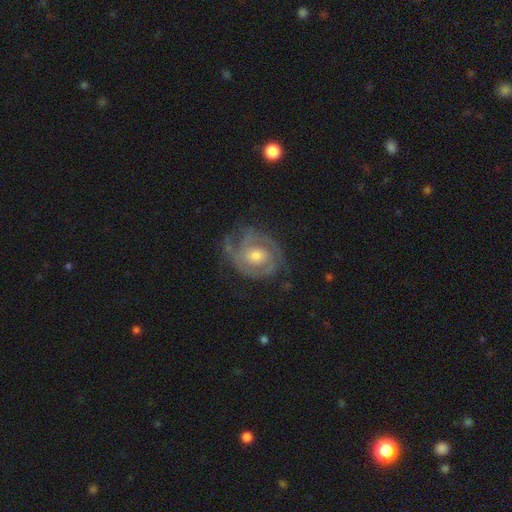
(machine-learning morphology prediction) This is clearly a featured or disk galaxy (83%). It is clearly not viewed edge-on (97%). Bar: likely no (64%). Spiral arm pattern: clearly yes (91%). Spiral arm count: possibly 2 (51%). Spiral winding: likely tight (64%). Central bulge: likely moderate (62%). Merging: likely none (66%).